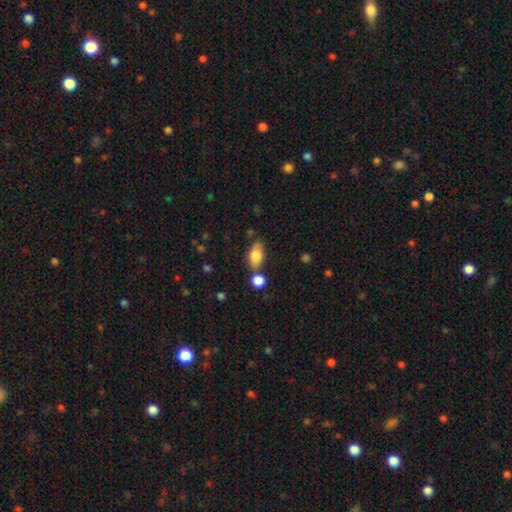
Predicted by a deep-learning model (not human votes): Smooth or featured: smooth — 77% (featured or disk — 15%)
How rounded: in between — 87% (round — 7%)
Merging: none — 71% (minor disturbance — 14%)